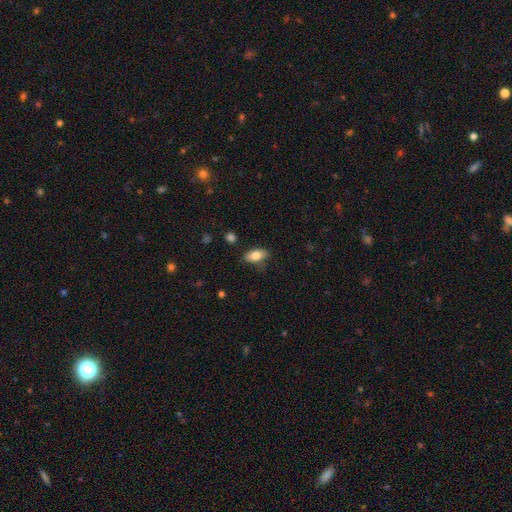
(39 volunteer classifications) Volunteers were most divided on "merging": none: 69%, minor disturbance: 31%, major disturbance: 0%, merger: 0%. More confident: how rounded — in between (84%); smooth or featured — smooth (82%).